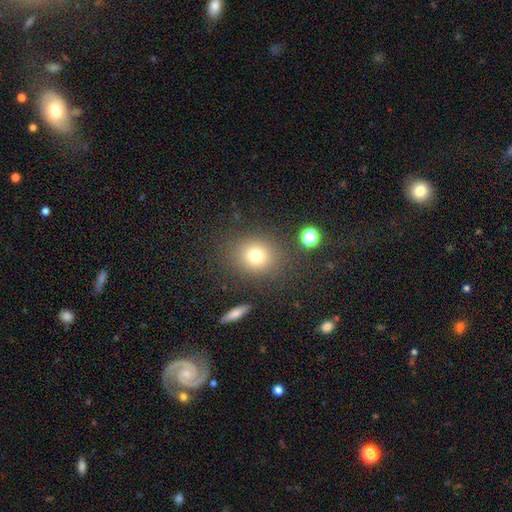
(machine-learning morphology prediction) Smooth or featured? Predicted: smooth (p=0.76). How rounded? Predicted: round (p=0.72). Merging? Predicted: none (p=0.82).